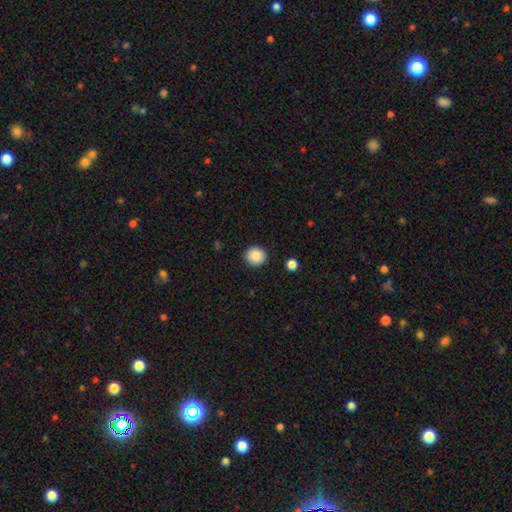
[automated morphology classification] smooth 88%, star or artifact 8%, featured or disk 4%. Down the decision tree: how rounded — round (89%); merging — none (90%).